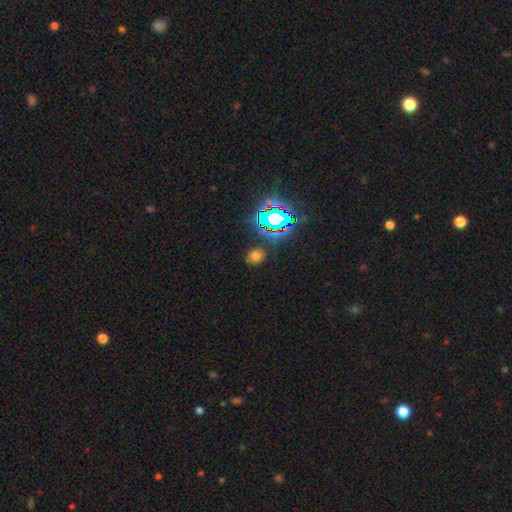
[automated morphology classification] A smooth galaxy with no disk features (63%) that is round (61%).

Vote fractions:
- Smooth or featured? smooth: 63% / star or artifact: 30% / featured or disk: 7%
- How rounded? round: 61% / in between: 38% / cigar-shaped: 1%
- Merging? none: 85% / minor disturbance: 9% / major disturbance: 3% / merger: 2%